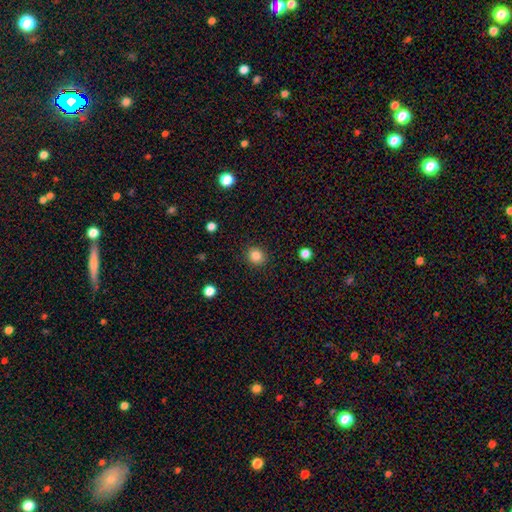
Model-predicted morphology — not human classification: This is clearly a smooth galaxy (85%). How rounded: clearly round (84%). Merging: clearly none (90%).